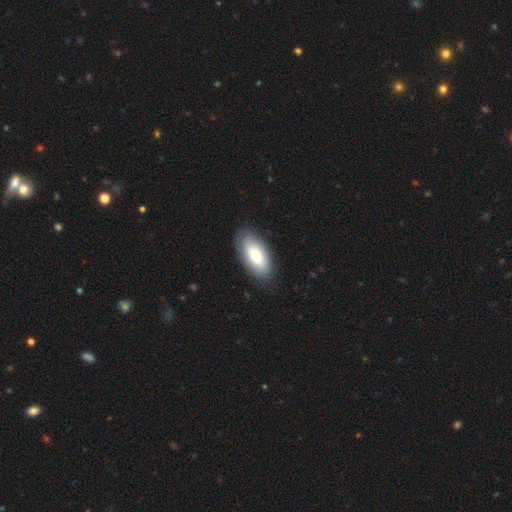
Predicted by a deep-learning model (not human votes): Smooth or featured? Predicted: smooth (p=0.80). How rounded? Predicted: in between (p=0.90). Merging? Predicted: none (p=0.84).